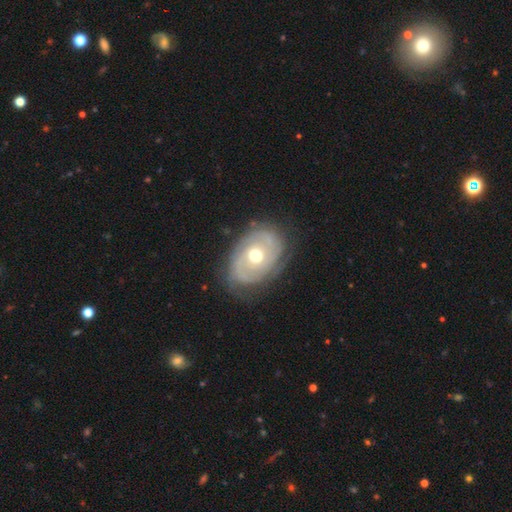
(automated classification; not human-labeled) This is likely a featured or disk galaxy (77%). It is clearly not viewed edge-on (95%). Bar: likely no (74%). Spiral arm pattern: clearly yes (83%). Spiral arm count: possibly 2 (52%). Spiral winding: possibly tight (60%). Central bulge: likely moderate (76%). Merging: likely none (72%).